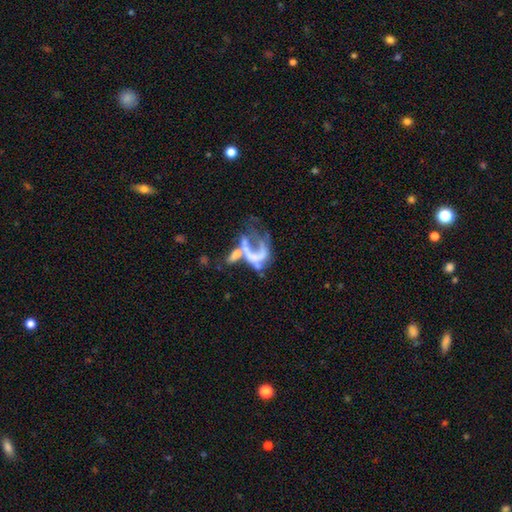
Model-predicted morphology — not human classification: This appears to be a featured or disk galaxy (64%) with no bar (78%), no spiral arms (71%) and no central bulge (67%). Merging: merger (40%).